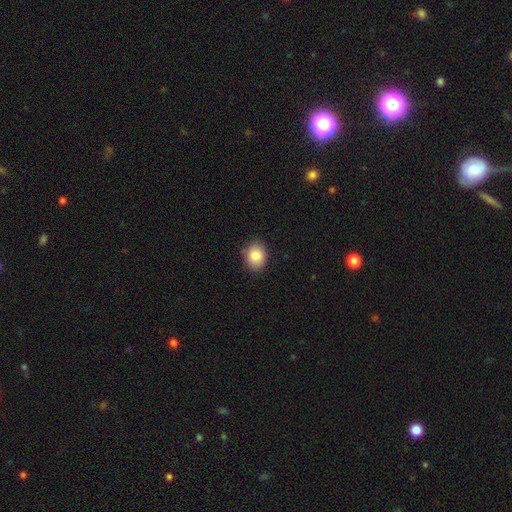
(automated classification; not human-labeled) smooth 87%, star or artifact 8%, featured or disk 5%. Down the decision tree: how rounded — in between (53%); merging — none (84%).